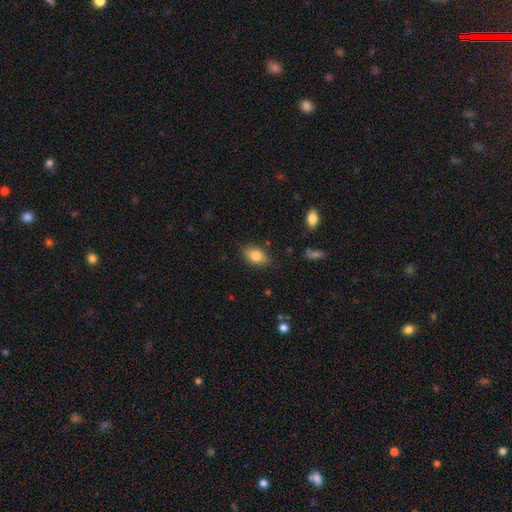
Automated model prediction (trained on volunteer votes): smooth 85%, star or artifact 8%, featured or disk 8%. Down the decision tree: how rounded — in between (85%); merging — none (81%).